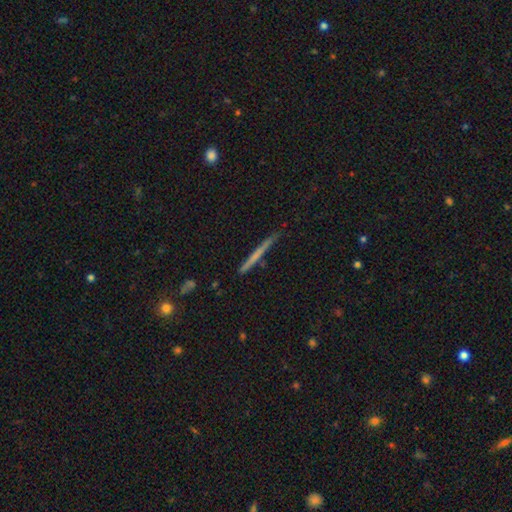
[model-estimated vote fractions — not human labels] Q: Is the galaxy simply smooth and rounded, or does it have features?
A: smooth — 51%.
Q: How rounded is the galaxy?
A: cigar-shaped — 96%.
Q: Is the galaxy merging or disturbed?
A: none — 86%.